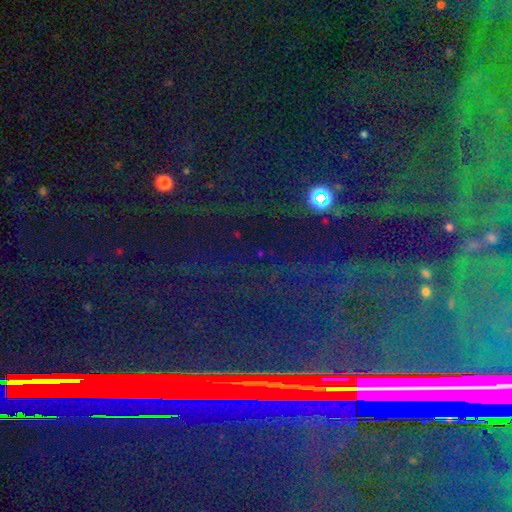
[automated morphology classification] type=star or artifact (84%).